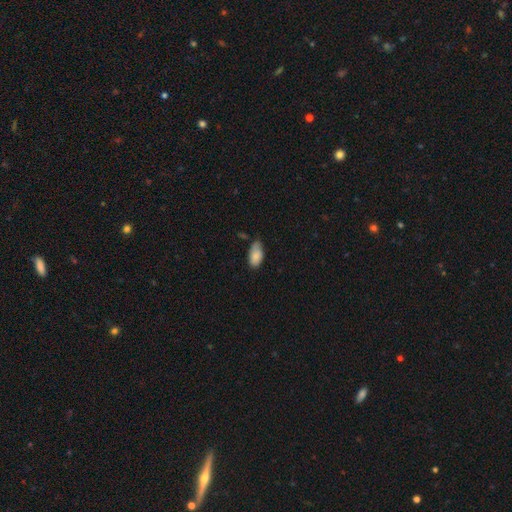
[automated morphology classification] Overall: smooth (85%). How rounded: in between (94%). Merging: none (54%; minor disturbance 36%).